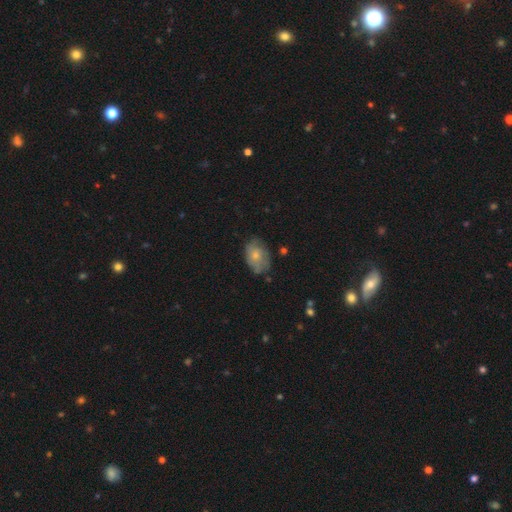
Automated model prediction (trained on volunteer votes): Smooth or featured?
  - smooth: 58% *
  - featured or disk: 35%
  - star or artifact: 7%
How rounded?
  - in between: 81% *
  - round: 17%
  - cigar-shaped: 1%
Merging?
  - none: 62% *
  - minor disturbance: 27%
  - major disturbance: 8%
  - merger: 2%